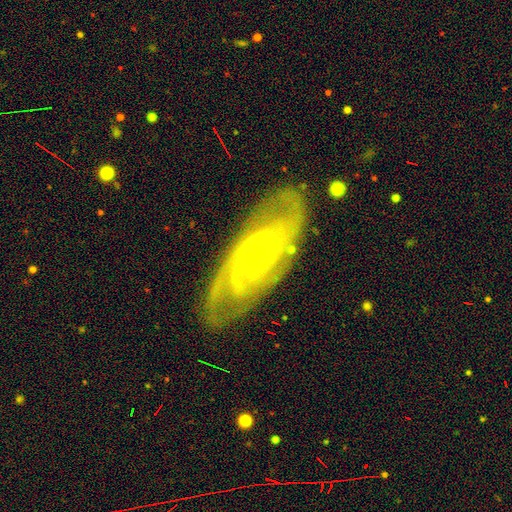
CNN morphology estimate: Smooth or featured?
  - featured or disk: 89% *
  - smooth: 5%
  - star or artifact: 5%
Edge-on disk?
  - no: 93% *
  - yes: 7%
Bar?
  - no: 71% *
  - weak: 22%
  - strong: 7%
Spiral arms?
  - yes: 97% *
  - no: 3%
Spiral winding?
  - tight: 65% *
  - medium: 30%
  - loose: 5%
Spiral arm count?
  - 2: 42% *
  - 3: 19%
  - can't tell: 19%
  - 4: 9%
  - more than 4: 5%
  - 1: 5%
Bulge size?
  - small: 77% *
  - moderate: 20%
  - none: 1%
  - large: 1%
  - dominant: 1%
Merging?
  - none: 79% *
  - minor disturbance: 15%
  - major disturbance: 5%
  - merger: 1%